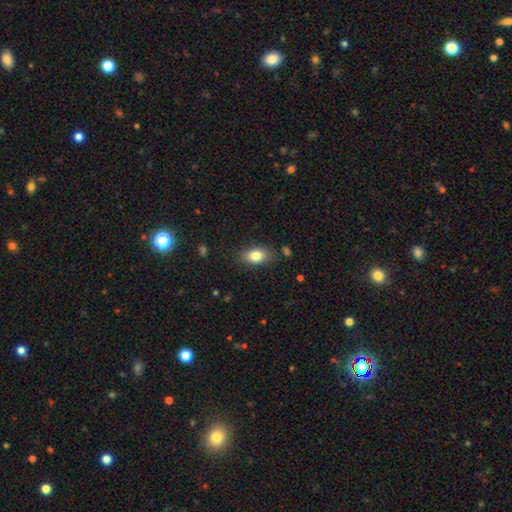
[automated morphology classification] smooth-or-featured: smooth: 82% | featured or disk: 10% | star or artifact: 8%
  how-rounded: in between: 86% | round: 11% | cigar-shaped: 3%
  merging: none: 82% | minor disturbance: 13% | major disturbance: 3% | merger: 2%